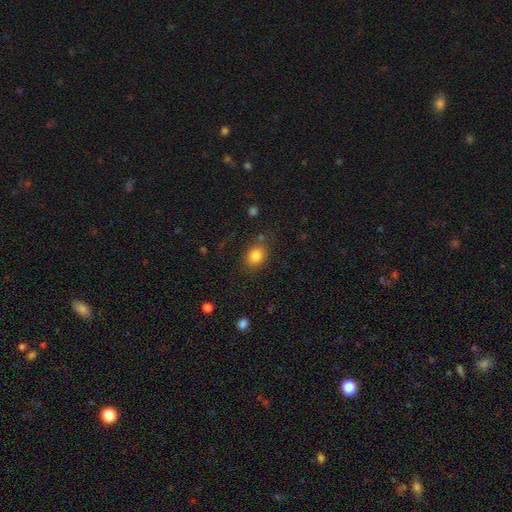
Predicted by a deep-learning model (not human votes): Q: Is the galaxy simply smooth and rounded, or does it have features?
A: smooth — 83%.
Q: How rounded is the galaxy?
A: round — 57%.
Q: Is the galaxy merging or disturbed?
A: none — 78%.